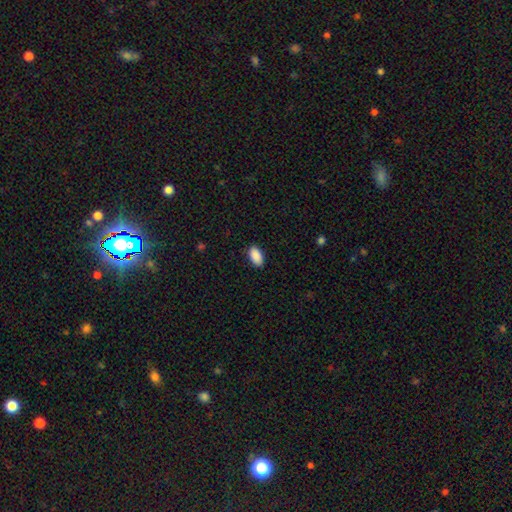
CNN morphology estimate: Smooth or featured?
  - smooth: 90% *
  - star or artifact: 7%
  - featured or disk: 3%
How rounded?
  - in between: 95% *
  - round: 4%
  - cigar-shaped: 2%
Merging?
  - none: 88% *
  - minor disturbance: 9%
  - major disturbance: 2%
  - merger: 1%